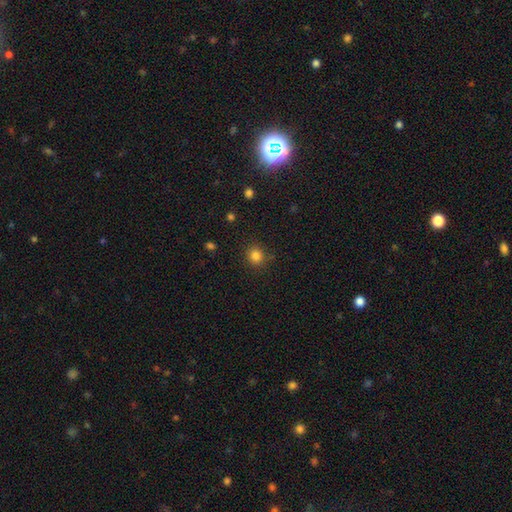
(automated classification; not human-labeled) Smooth or featured? Predicted: smooth (p=0.83). How rounded? Predicted: round (p=0.88). Merging? Predicted: none (p=0.86).